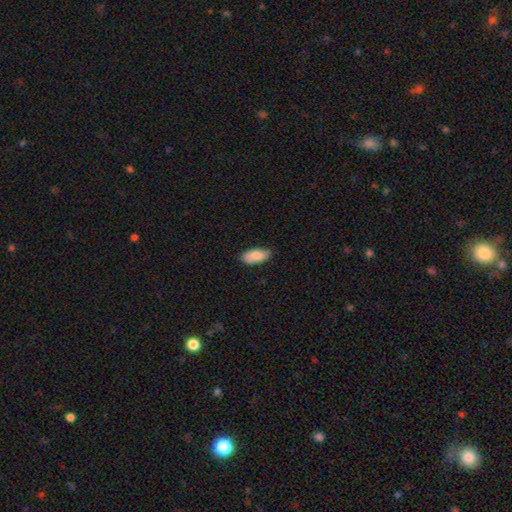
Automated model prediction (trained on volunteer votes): A smooth galaxy with no disk features (86%) that is in between round and cigar-shaped (91%).

Vote fractions:
- Smooth or featured? smooth: 86% / featured or disk: 8% / star or artifact: 6%
- How rounded? in between: 91% / cigar-shaped: 7% / round: 2%
- Merging? none: 76% / minor disturbance: 20% / major disturbance: 3% / merger: 1%